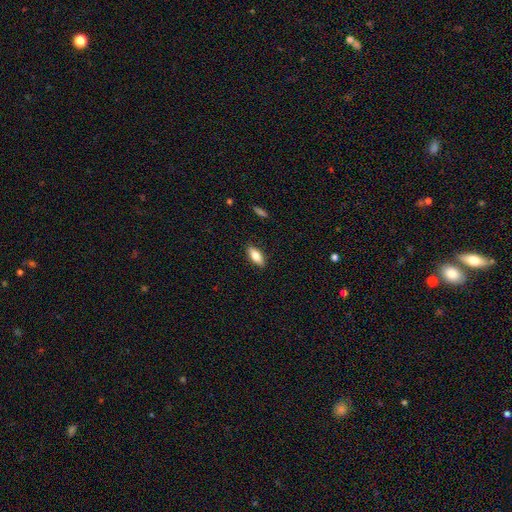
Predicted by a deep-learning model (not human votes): This is likely a smooth galaxy (76%). How rounded: likely in between (78%). Merging: clearly none (88%).